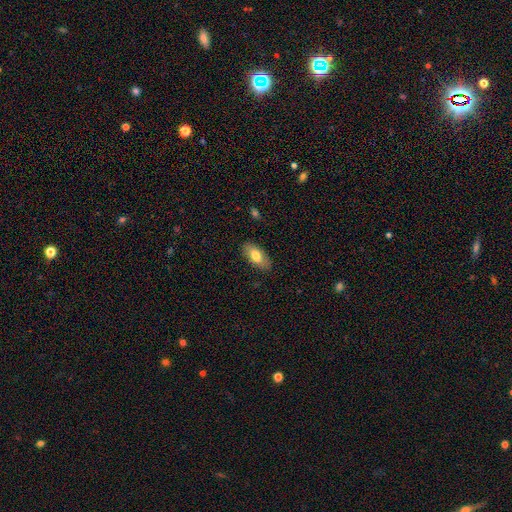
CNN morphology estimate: type=smooth (75%); roundness=in between (89%); merging=none (86%).